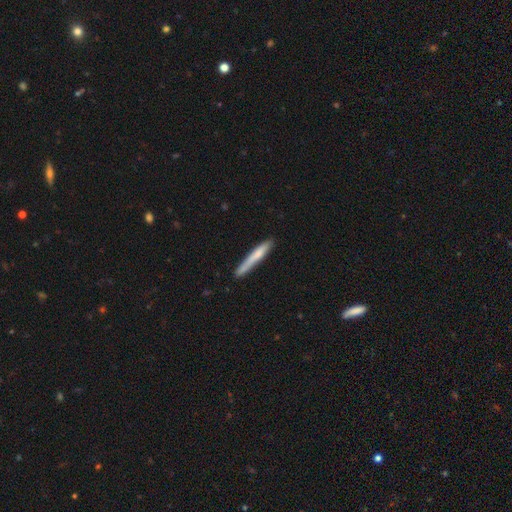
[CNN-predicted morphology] This appears to be a smooth galaxy with no disk features (69%) that is cigar-shaped (95%). Merging: none (79%).